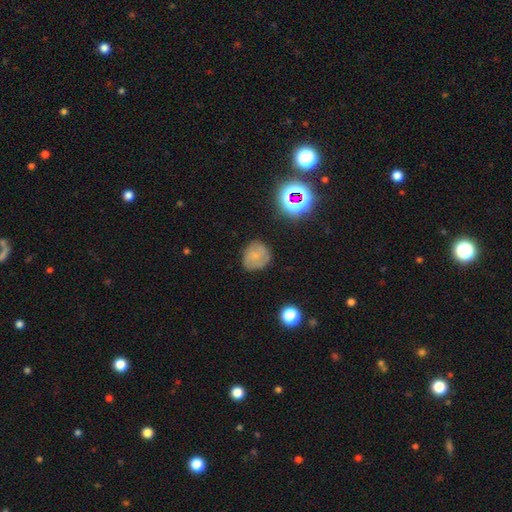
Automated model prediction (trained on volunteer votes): Smooth or featured? Predicted: smooth (p=0.59). How rounded? Predicted: round (p=0.77). Merging? Predicted: none (p=0.73).